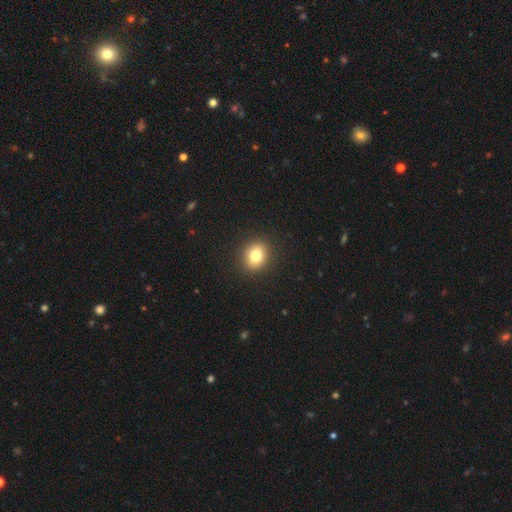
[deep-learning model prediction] smooth_or_featured: smooth (p=0.79) [alt: star or artifact p=0.11]
how_rounded: round (p=0.58) [alt: in between p=0.41]
merging: none (p=0.90) [alt: minor disturbance p=0.06]